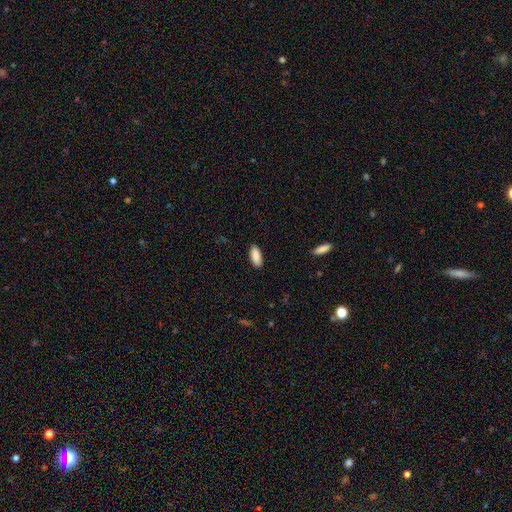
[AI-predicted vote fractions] smooth 89%, star or artifact 6%, featured or disk 5%. Down the decision tree: how rounded — in between (82%); merging — none (88%).